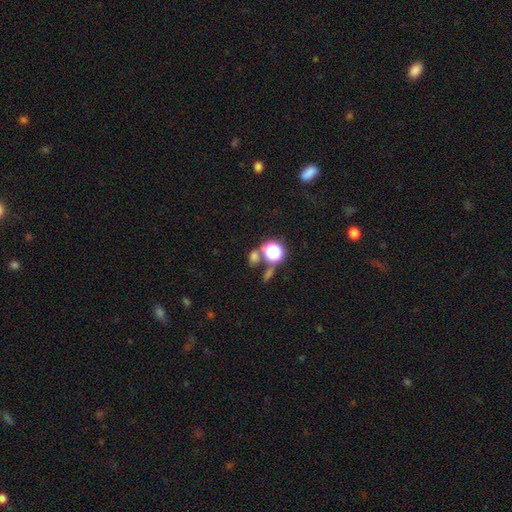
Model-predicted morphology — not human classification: This is possibly a star or artifact rather than a galaxy (48%).